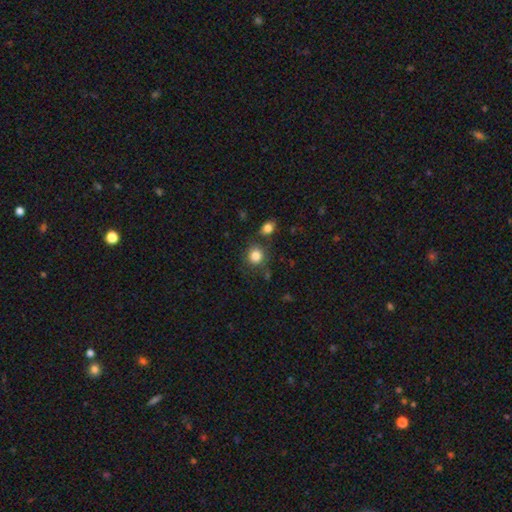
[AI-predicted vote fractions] Smooth or featured? smooth (84%)
How rounded? round (82%)
Merging? none (75%)